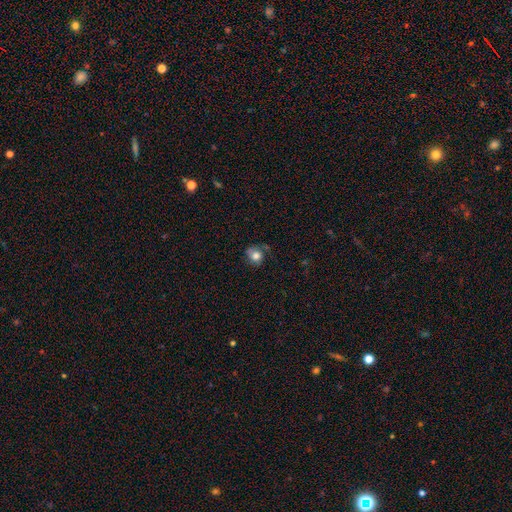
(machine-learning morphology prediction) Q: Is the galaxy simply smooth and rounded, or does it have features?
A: smooth — 74%.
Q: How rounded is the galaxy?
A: round — 74%.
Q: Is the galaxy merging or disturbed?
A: none — 57%.